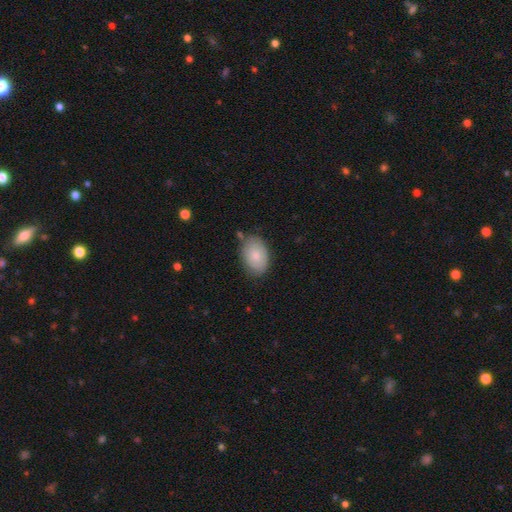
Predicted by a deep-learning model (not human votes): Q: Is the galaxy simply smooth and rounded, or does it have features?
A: smooth — 80%.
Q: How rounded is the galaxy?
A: in between — 88%.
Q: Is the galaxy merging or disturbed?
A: none — 74%.